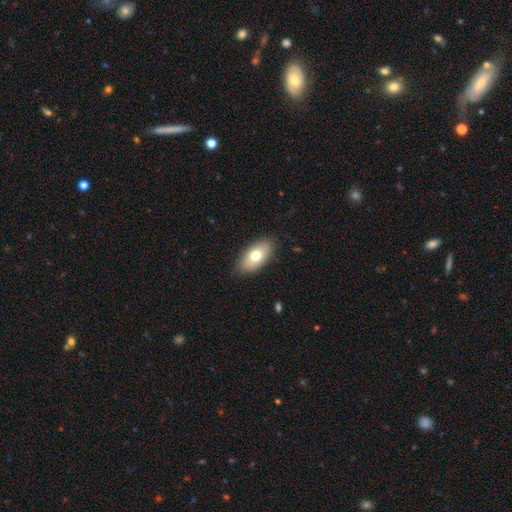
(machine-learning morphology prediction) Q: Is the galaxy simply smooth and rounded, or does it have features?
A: smooth — 72%.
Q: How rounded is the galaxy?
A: in between — 91%.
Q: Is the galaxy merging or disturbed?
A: none — 85%.